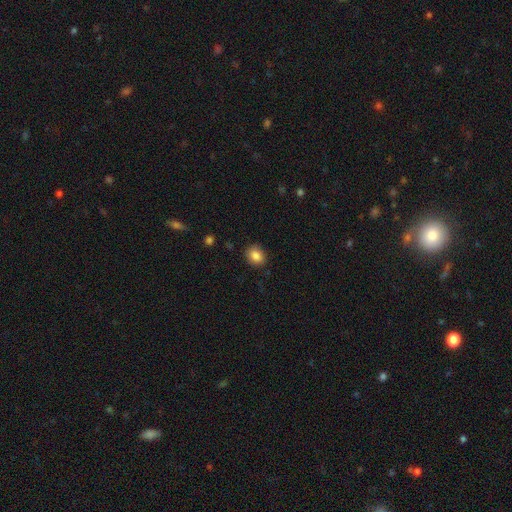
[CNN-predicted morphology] Q: Smooth or featured?
A: smooth (85%); runner-up: star or artifact (10%)
Q: How rounded?
A: round (60%); runner-up: in between (39%)
Q: Merging?
A: none (87%); runner-up: minor disturbance (10%)